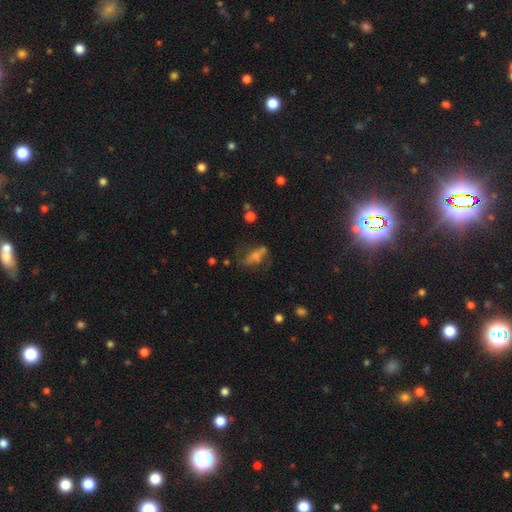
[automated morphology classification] smooth 50%, featured or disk 38%, star or artifact 12%. Down the decision tree: merging — none (43%).